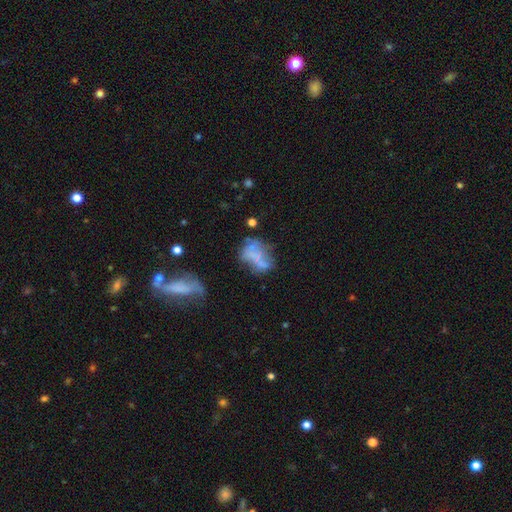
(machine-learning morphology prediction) Overall: featured or disk (46%; smooth 39%). Merging: none (32%; major disturbance 28%).